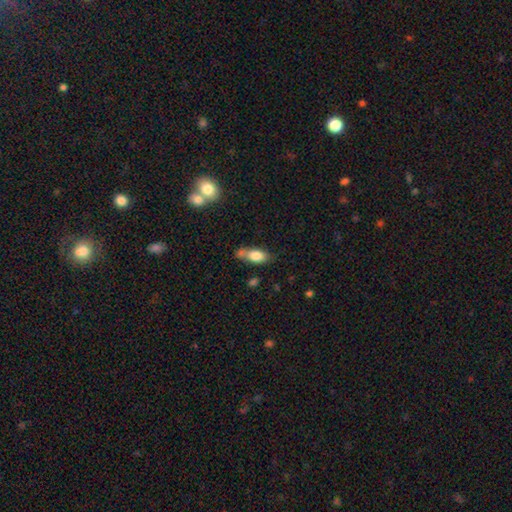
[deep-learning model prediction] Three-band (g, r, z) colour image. It shows a smooth galaxy with no disk features (78%) that is in between round and cigar-shaped (82%). Merging: none (47%).